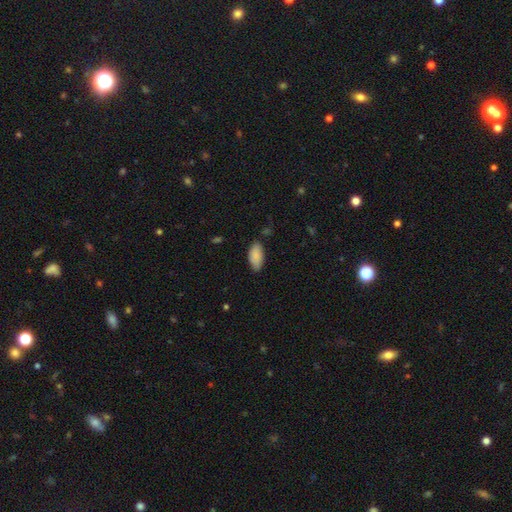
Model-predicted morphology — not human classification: Smooth or featured: smooth — 88% (star or artifact — 6%)
How rounded: in between — 92% (cigar-shaped — 6%)
Merging: none — 77% (minor disturbance — 18%)